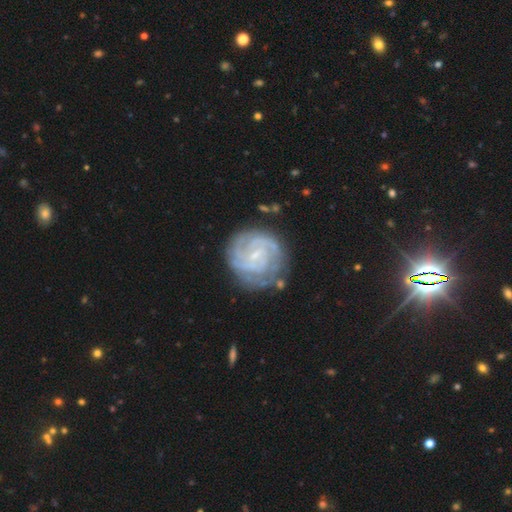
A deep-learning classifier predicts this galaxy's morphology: Q: Smooth or featured?
A: featured or disk (85%); runner-up: smooth (9%)
Q: Edge-on disk?
A: no (98%); runner-up: yes (2%)
Q: Bar?
A: weak (49%); runner-up: no (37%)
Q: Spiral arms?
A: yes (96%); runner-up: no (4%)
Q: Spiral winding?
A: tight (73%); runner-up: medium (23%)
Q: Spiral arm count?
A: 2 (30%); runner-up: can't tell (27%)
Q: Bulge size?
A: small (75%); runner-up: moderate (14%)
Q: Merging?
A: none (74%); runner-up: minor disturbance (17%)